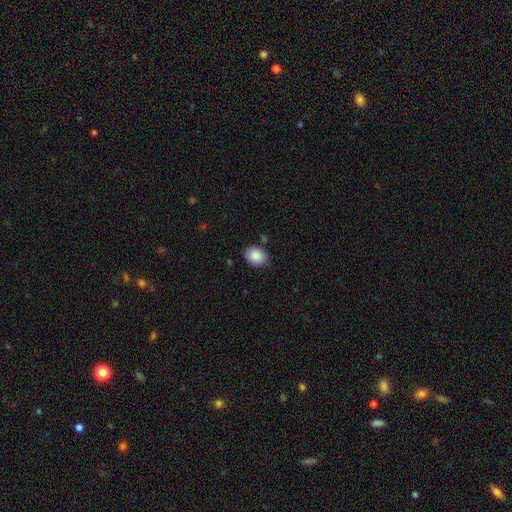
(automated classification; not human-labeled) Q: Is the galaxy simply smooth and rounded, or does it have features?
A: smooth — 88%.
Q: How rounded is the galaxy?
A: in between — 65%.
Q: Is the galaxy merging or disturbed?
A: none — 82%.